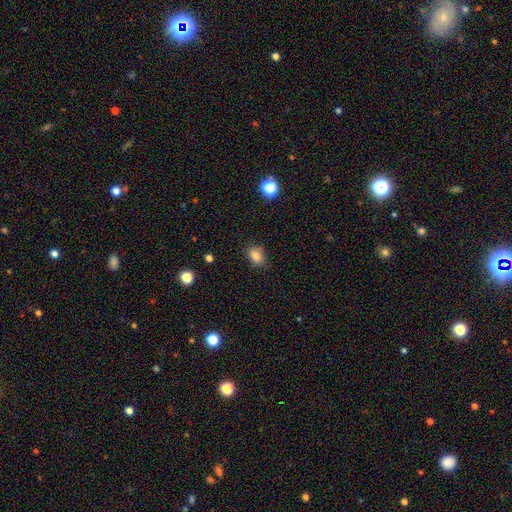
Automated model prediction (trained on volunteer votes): This appears to be a smooth galaxy with no disk features (83%) that is in between round and cigar-shaped (72%). Merging: none (84%).